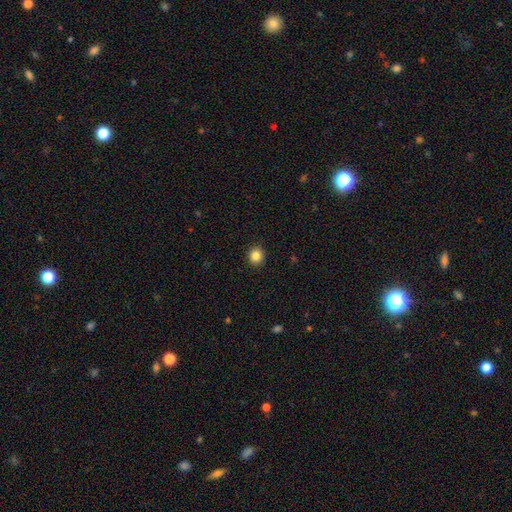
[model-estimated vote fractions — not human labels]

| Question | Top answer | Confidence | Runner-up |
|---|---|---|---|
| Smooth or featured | smooth | 85% | star or artifact (11%) |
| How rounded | round | 87% | in between (12%) |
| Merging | none | 92% | minor disturbance (5%) |